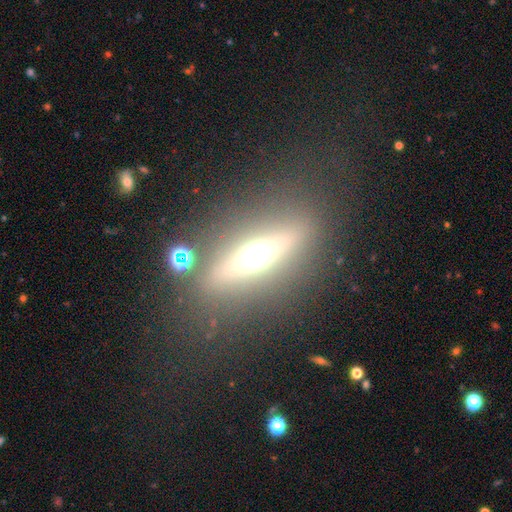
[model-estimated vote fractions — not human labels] This is possibly a featured or disk galaxy (53%). It is likely viewed edge-on (80%). Merging: clearly none (80%).